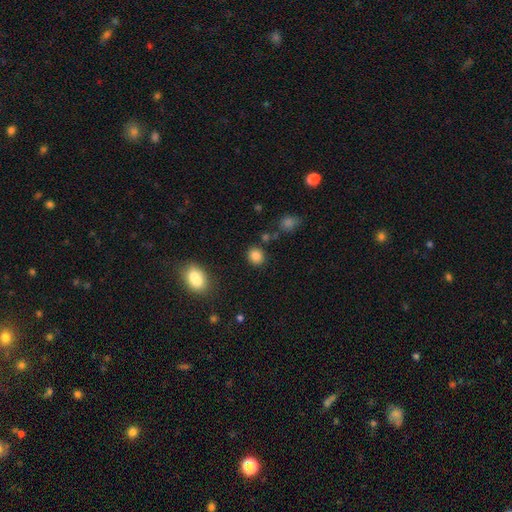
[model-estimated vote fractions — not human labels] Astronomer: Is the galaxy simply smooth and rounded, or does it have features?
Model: smooth — 85%.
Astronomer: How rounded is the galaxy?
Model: round — 77%.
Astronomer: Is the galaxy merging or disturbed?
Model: none — 84%.